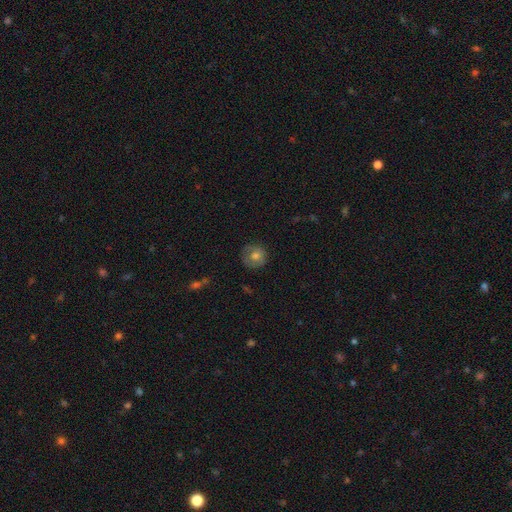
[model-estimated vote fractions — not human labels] smooth 70%, featured or disk 20%, star or artifact 10%. Down the decision tree: how rounded — round (91%); merging — none (82%).